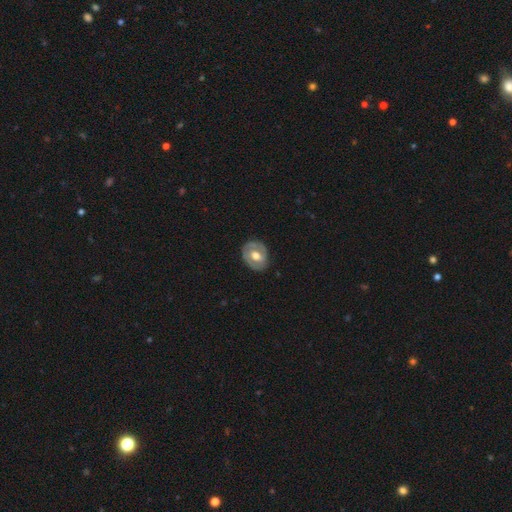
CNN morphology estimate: The model was most divided on "bar": no: 53%, weak: 34%, strong: 13%. More confident: edge-on disk — no (95%); merging — none (82%); bulge size — moderate (68%); spiral arms — no (61%); smooth or featured — featured or disk (57%).